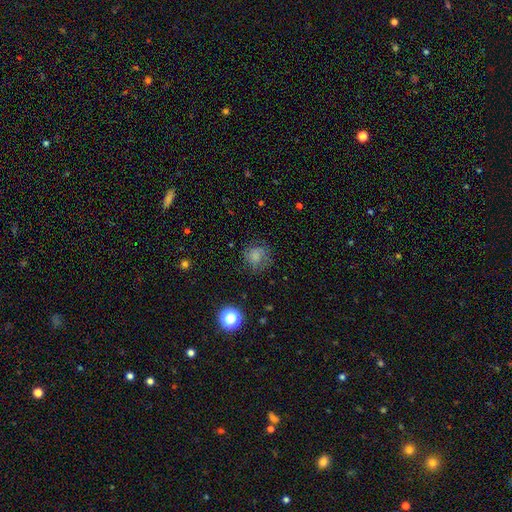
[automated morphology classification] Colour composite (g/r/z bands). It shows a smooth galaxy with no disk features (65%) that is round (79%). Merging: none (64%).